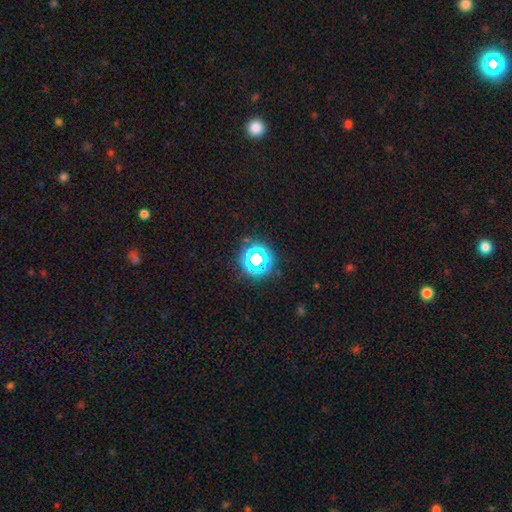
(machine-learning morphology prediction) A star or artifact, not a galaxy (60%).